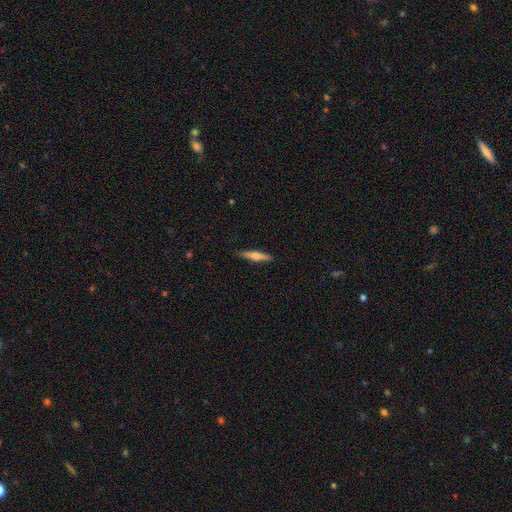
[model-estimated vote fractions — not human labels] This appears to be a featured or disk galaxy (55%) viewed edge-on (96%) with a rounded central bulge (87%). Merging: none (89%).